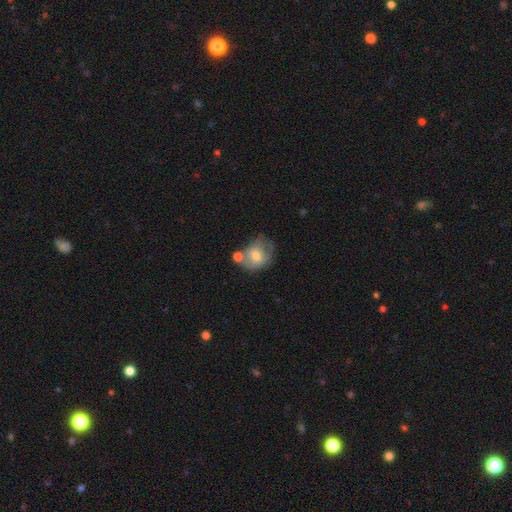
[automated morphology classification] smooth-or-featured: smooth: 58% | featured or disk: 34% | star or artifact: 8%
  how-rounded: round: 59% | in between: 40% | cigar-shaped: 1%
  merging: none: 36% | merger: 27% | minor disturbance: 23% | major disturbance: 14%